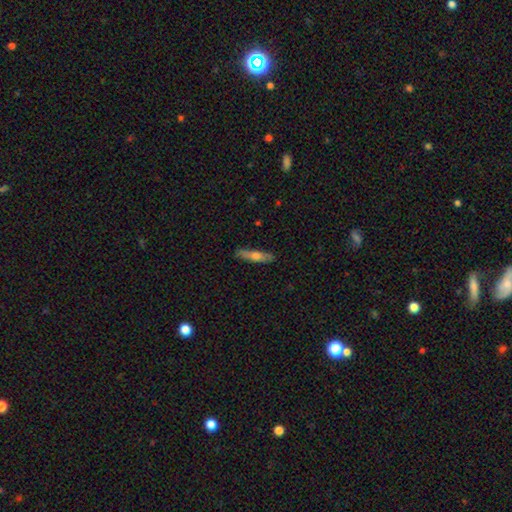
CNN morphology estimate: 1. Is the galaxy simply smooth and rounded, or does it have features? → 53% smooth, 41% featured or disk, 7% star or artifact.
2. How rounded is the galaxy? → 81% cigar-shaped, 16% in between, 2% round.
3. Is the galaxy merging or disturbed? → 87% none, 10% minor disturbance, 2% major disturbance, 1% merger.